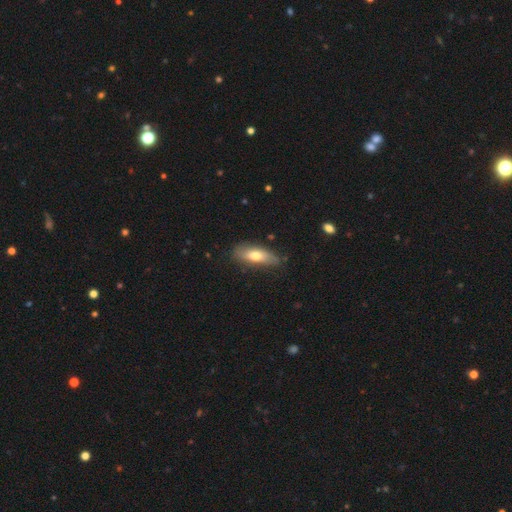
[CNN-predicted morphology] This appears to be a smooth galaxy with no disk features (67%) that is in between round and cigar-shaped (66%). Merging: none (73%).